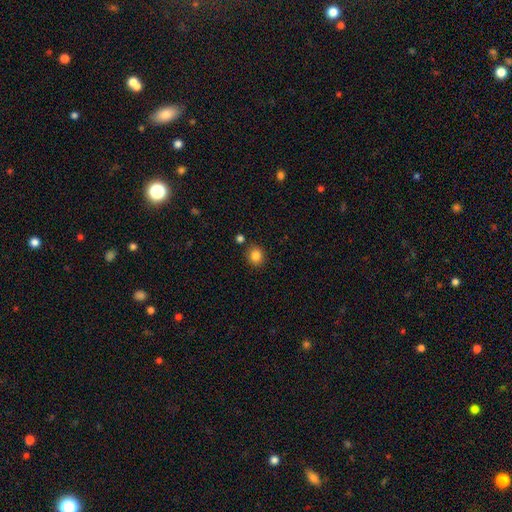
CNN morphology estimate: Smooth or featured?
  - smooth: 84% *
  - star or artifact: 11%
  - featured or disk: 5%
How rounded?
  - round: 84% *
  - in between: 15%
  - cigar-shaped: 1%
Merging?
  - none: 85% *
  - minor disturbance: 8%
  - merger: 5%
  - major disturbance: 2%